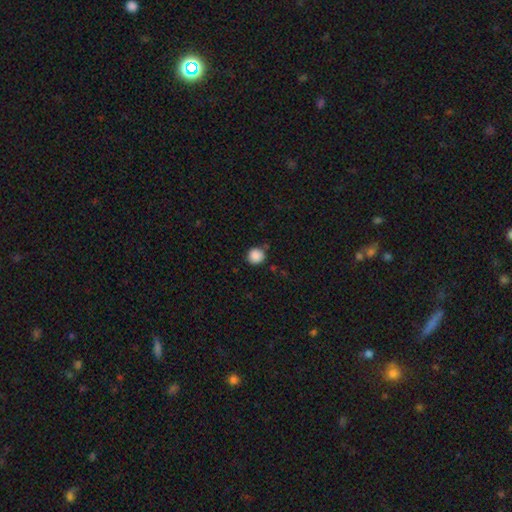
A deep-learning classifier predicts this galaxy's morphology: The model was most divided on "merging": none: 80%, minor disturbance: 14%, merger: 3%, major disturbance: 3%. More confident: how rounded — round (90%); smooth or featured — smooth (88%).